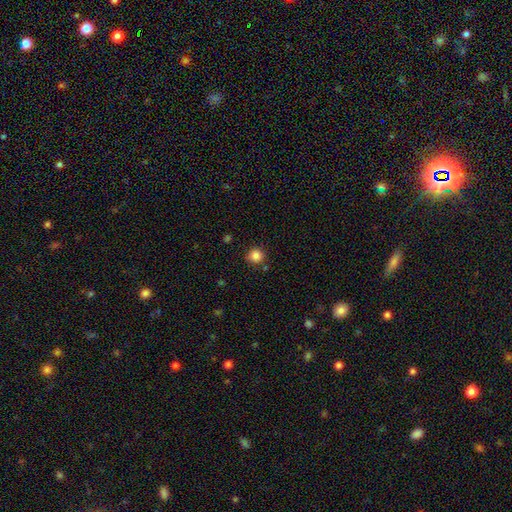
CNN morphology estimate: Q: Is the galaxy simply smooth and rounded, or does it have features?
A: smooth — 85%.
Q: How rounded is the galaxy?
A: round — 91%.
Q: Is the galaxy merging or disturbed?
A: none — 84%.